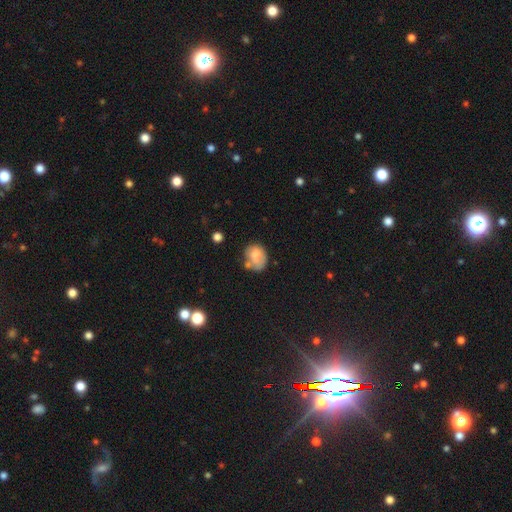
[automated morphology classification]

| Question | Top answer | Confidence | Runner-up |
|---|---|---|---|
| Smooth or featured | smooth | 71% | featured or disk (20%) |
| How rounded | in between | 57% | round (42%) |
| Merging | none | 42% | minor disturbance (28%) |